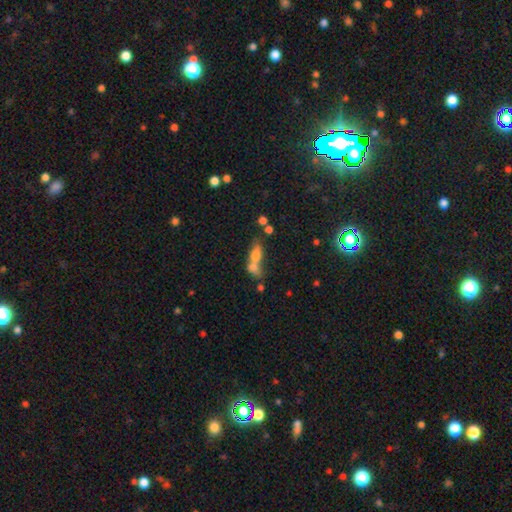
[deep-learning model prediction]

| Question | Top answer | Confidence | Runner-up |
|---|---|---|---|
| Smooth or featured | smooth | 64% | featured or disk (23%) |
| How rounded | in between | 64% | cigar-shaped (19%) |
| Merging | merger | 64% | none (21%) |